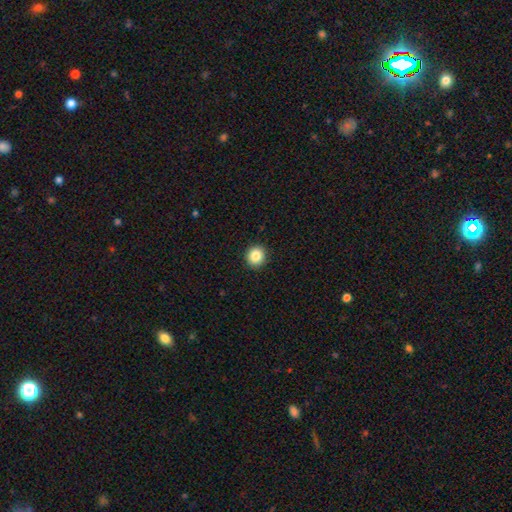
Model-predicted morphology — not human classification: This is clearly a smooth galaxy (86%). How rounded: clearly round (92%). Merging: clearly none (93%).